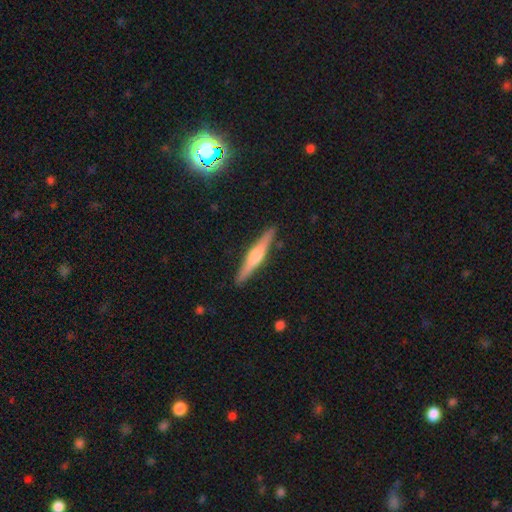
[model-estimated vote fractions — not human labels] smooth_or_featured: featured or disk (p=0.66) [alt: smooth p=0.27]
disk_edge_on: yes (p=0.98) [alt: no p=0.02]
edge_on_bulge: rounded (p=0.81) [alt: boxy p=0.12]
merging: none (p=0.91) [alt: minor disturbance p=0.07]